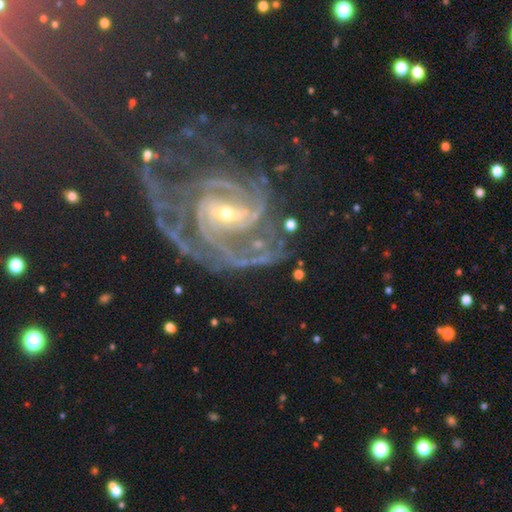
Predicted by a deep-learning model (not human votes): featured or disk 89%, star or artifact 7%, smooth 4%. Down the decision tree: edge-on disk — no (97%); bar — weak (42%); spiral arms — yes (97%); spiral arm count — 2 (33%); spiral winding — tight (49%); bulge size — small (67%); merging — none (45%).